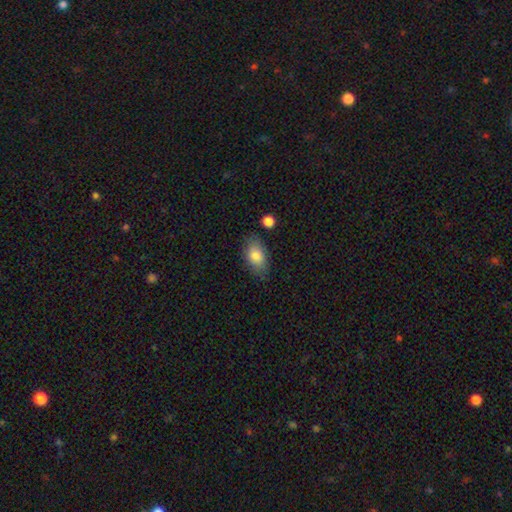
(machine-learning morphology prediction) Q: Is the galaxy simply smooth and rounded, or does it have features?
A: smooth — 82%.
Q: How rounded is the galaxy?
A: in between — 91%.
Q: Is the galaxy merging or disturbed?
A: none — 75%.